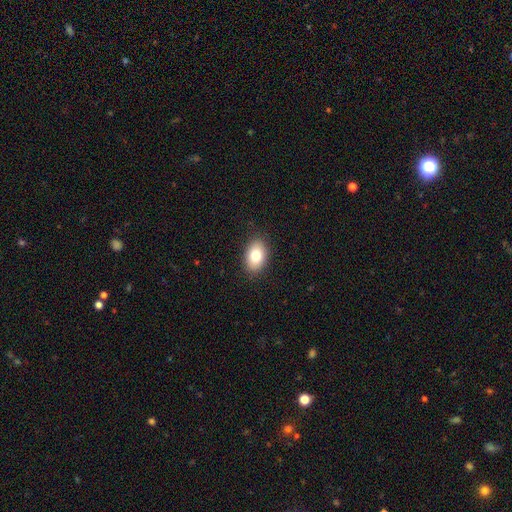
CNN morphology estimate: Q: Smooth or featured?
A: smooth (80%); runner-up: featured or disk (11%)
Q: How rounded?
A: in between (85%); runner-up: round (14%)
Q: Merging?
A: none (88%); runner-up: minor disturbance (9%)